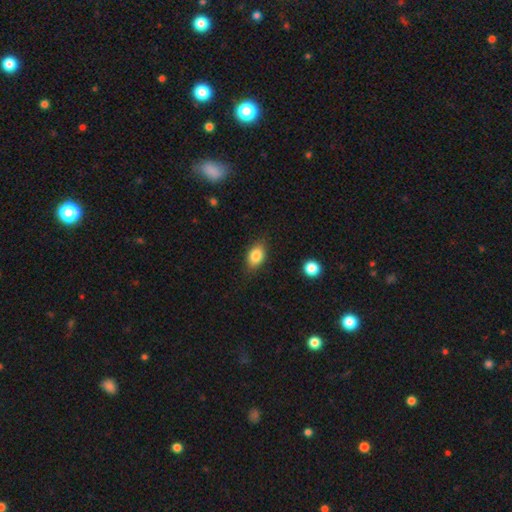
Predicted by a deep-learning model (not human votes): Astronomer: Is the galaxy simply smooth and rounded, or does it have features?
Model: smooth — 82%.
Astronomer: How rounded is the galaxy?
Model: in between — 84%.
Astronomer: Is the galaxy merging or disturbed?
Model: none — 83%.